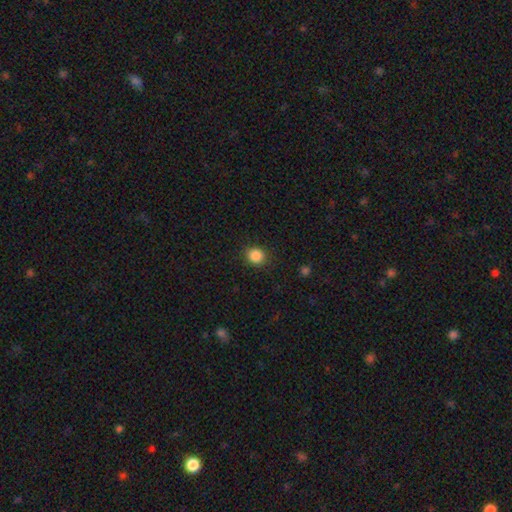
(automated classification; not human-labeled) A smooth galaxy with no disk features (86%) that is round (84%). Merging: none (88%).